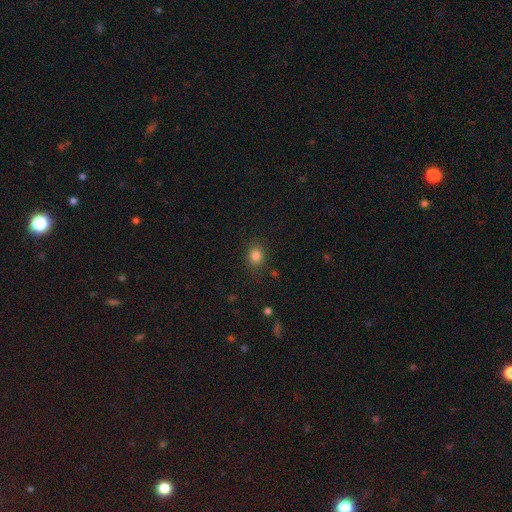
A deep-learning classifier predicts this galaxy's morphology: The model was most divided on "how rounded": round: 63%, in between: 36%, cigar-shaped: 1%. More confident: merging — none (84%); smooth or featured — smooth (83%).